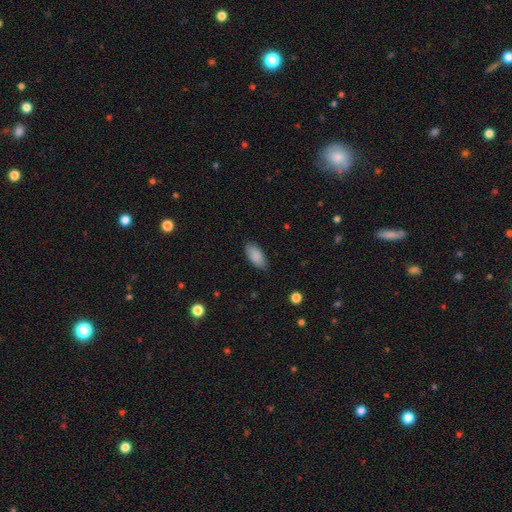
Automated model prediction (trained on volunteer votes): Smooth or featured: smooth — 88% (star or artifact — 6%)
How rounded: in between — 91% (cigar-shaped — 6%)
Merging: none — 84% (minor disturbance — 12%)